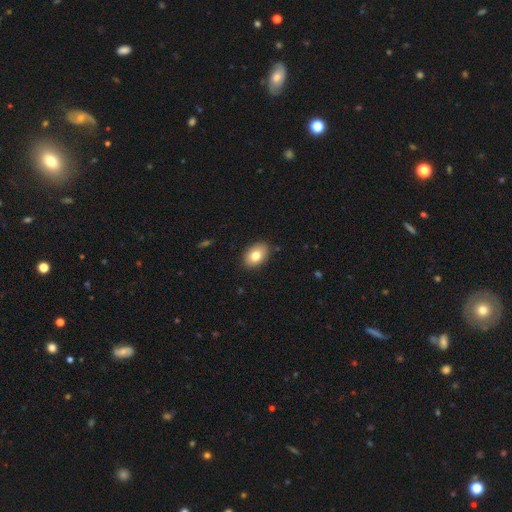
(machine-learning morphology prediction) The model was most divided on "how rounded": in between: 82%, round: 17%, cigar-shaped: 1%. More confident: merging — none (87%); smooth or featured — smooth (79%).